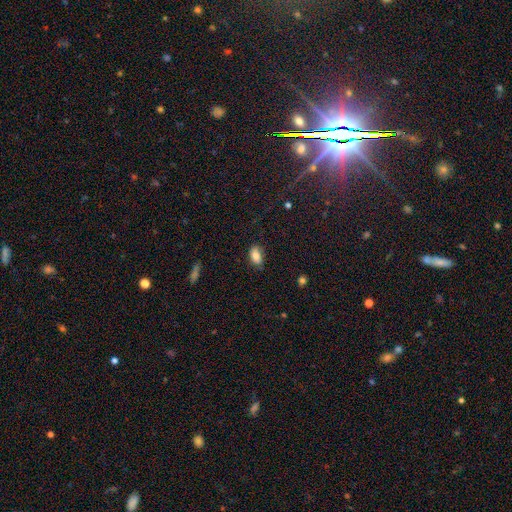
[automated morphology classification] This is clearly a smooth galaxy (81%). How rounded: clearly in between (91%). Merging: likely none (76%).